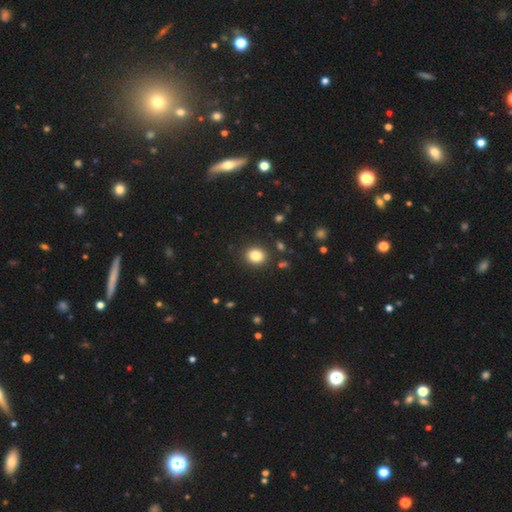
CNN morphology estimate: This is clearly a smooth galaxy (83%). How rounded: likely round (64%). Merging: clearly none (89%).